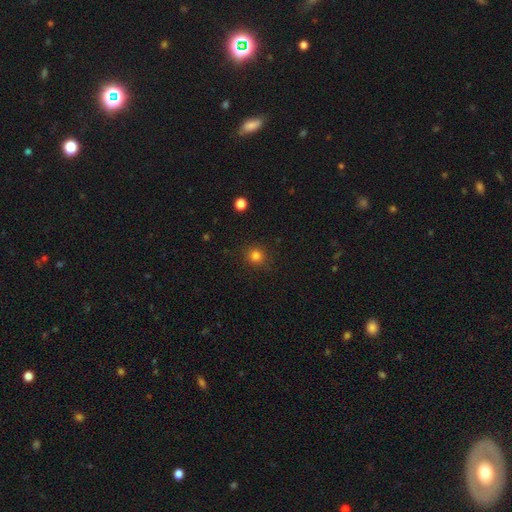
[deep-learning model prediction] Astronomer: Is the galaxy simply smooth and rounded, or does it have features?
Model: smooth — 81%.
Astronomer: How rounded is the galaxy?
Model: round — 90%.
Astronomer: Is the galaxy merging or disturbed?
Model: none — 88%.